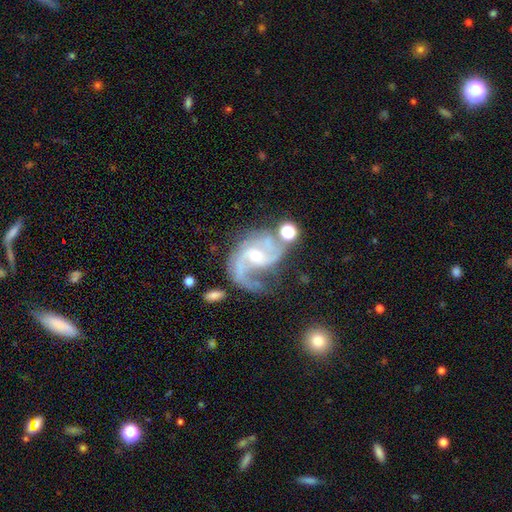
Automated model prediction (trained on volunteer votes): Smooth or featured: featured or disk — 90% (star or artifact — 6%)
Edge-on disk: no — 98% (yes — 2%)
Bar: no — 43% (weak — 41%)
Spiral arms: yes — 97% (no — 3%)
Spiral winding: medium — 53% (loose — 28%)
Spiral arm count: 2 — 63% (3 — 18%)
Bulge size: small — 49% (moderate — 47%)
Merging: none — 48% (minor disturbance — 22%)